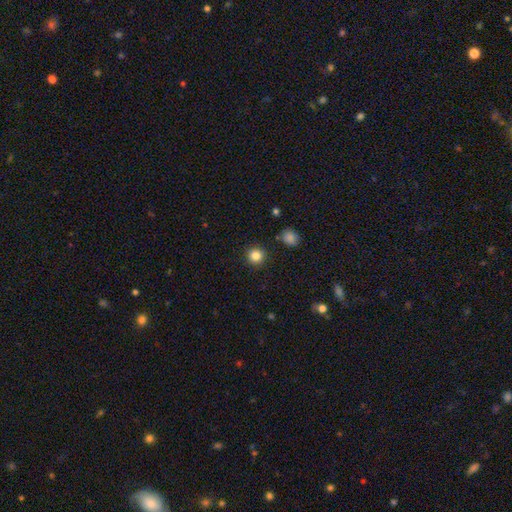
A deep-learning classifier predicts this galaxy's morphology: Smooth or featured? smooth (85%)
How rounded? round (94%)
Merging? none (91%)